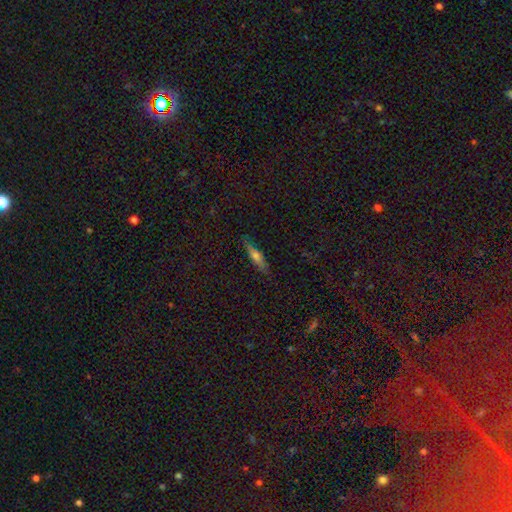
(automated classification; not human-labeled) Overall: smooth (52%; featured or disk 39%). How rounded: cigar-shaped (72%). Merging: none (84%).